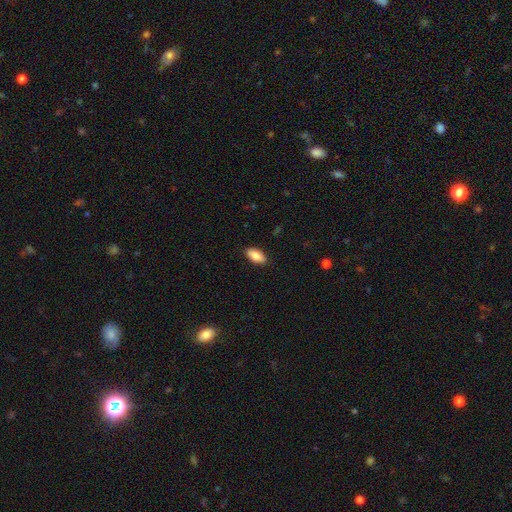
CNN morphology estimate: Smooth or featured? Predicted: smooth (p=0.85). How rounded? Predicted: in between (p=0.91). Merging? Predicted: none (p=0.89).